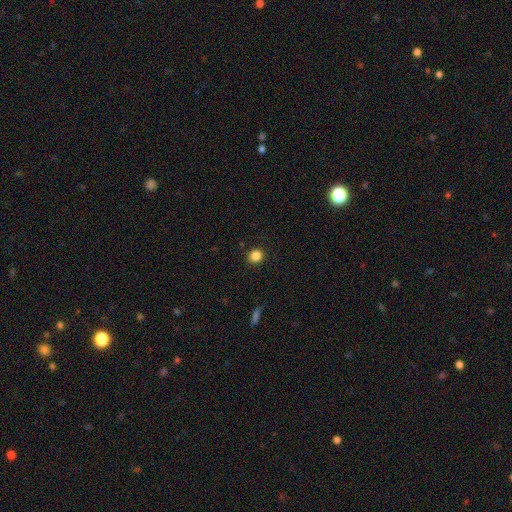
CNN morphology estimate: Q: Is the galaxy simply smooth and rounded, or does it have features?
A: smooth — 85%.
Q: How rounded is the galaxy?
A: round — 91%.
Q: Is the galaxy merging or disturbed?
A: none — 91%.